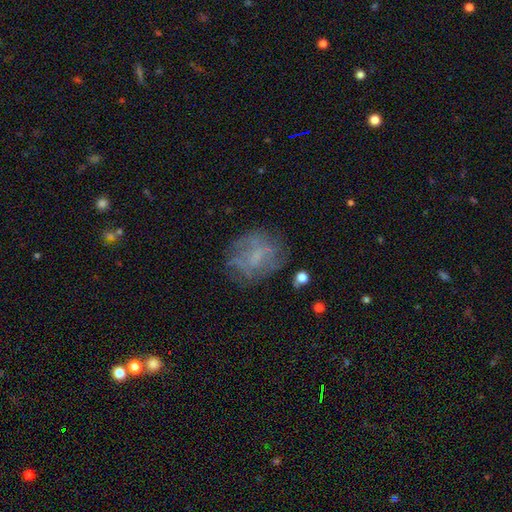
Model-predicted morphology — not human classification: type=featured or disk (47%); merging=none (65%).